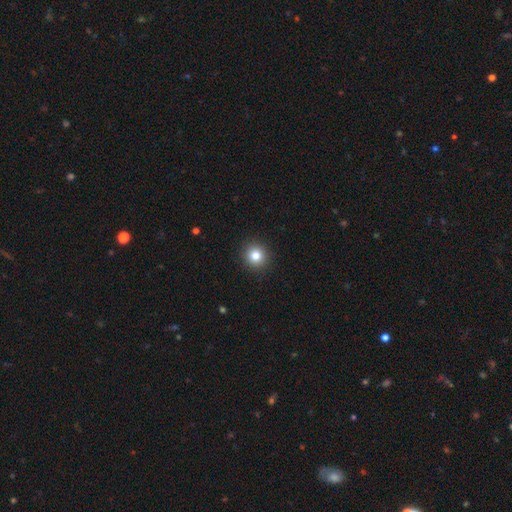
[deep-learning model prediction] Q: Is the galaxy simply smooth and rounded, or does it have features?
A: smooth — 81%.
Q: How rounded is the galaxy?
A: round — 93%.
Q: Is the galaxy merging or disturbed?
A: none — 92%.